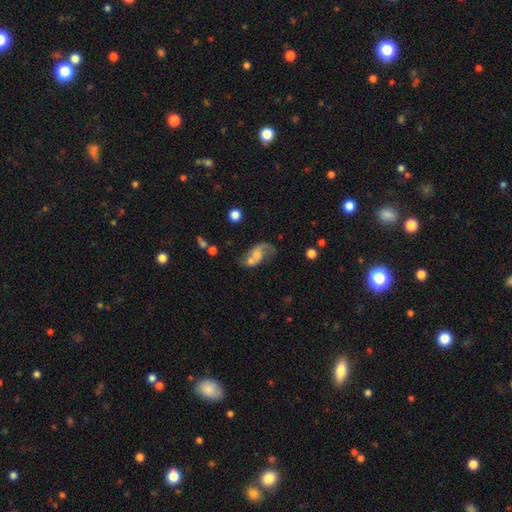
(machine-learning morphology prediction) smooth-or-featured: featured or disk: 63% | smooth: 27% | star or artifact: 9%
  disk-edge-on: no: 96% | yes: 4%
    bar: no: 63% | weak: 30% | strong: 6%
    has-spiral-arms: yes: 84% | no: 16%
      spiral-winding: loose: 69% | medium: 25% | tight: 6%
      spiral-arm-count: 2: 75% | 1: 17% | can't tell: 5% | 3: 1% | 4: 1% | more than 4: 1%
    bulge-size: moderate: 37% | small: 36% | none: 16% | large: 9% | dominant: 2%
  merging: merger: 35% | none: 32% | minor disturbance: 17% | major disturbance: 16%